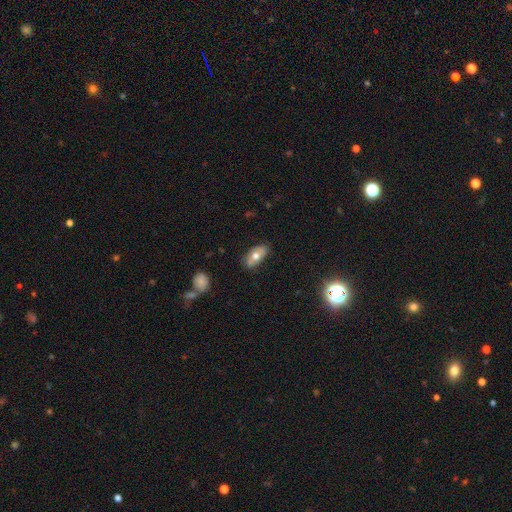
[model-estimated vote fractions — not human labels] Smooth or featured?
  - smooth: 61% *
  - featured or disk: 31%
  - star or artifact: 8%
How rounded?
  - in between: 89% *
  - cigar-shaped: 6%
  - round: 5%
Merging?
  - none: 76% *
  - minor disturbance: 19%
  - major disturbance: 4%
  - merger: 2%